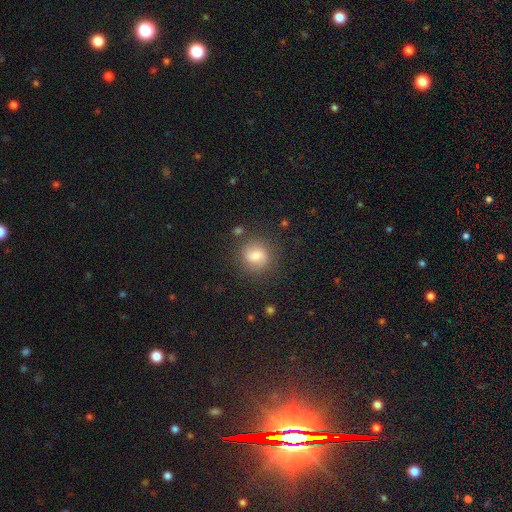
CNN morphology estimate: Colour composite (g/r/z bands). It shows a smooth galaxy with no disk features (71%) that is round (81%). Merging: none (79%).